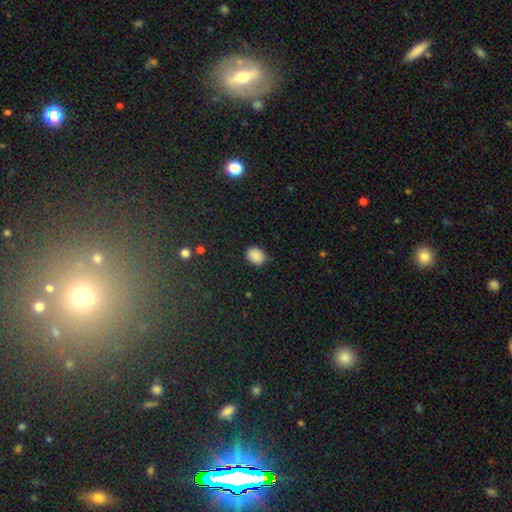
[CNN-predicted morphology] Overall: smooth (87%). How rounded: in between (52%; round 48%). Merging: none (83%).